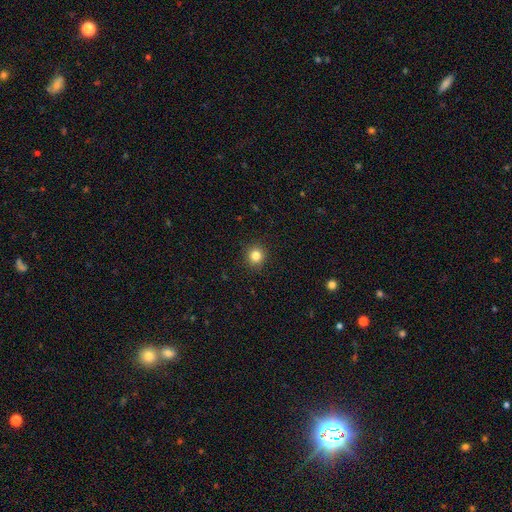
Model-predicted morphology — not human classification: Q: Smooth or featured?
A: smooth (83%); runner-up: star or artifact (12%)
Q: How rounded?
A: round (92%); runner-up: in between (7%)
Q: Merging?
A: none (92%); runner-up: minor disturbance (5%)